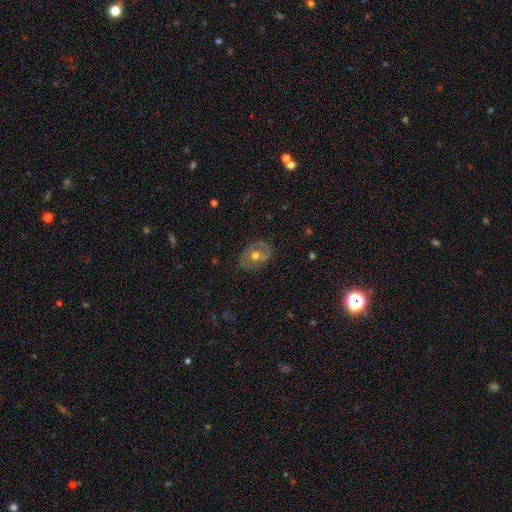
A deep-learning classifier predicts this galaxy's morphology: A featured or disk galaxy (57%) with no bar (77%), no spiral arms (64%) and a moderate central bulge (76%). Merging: none (75%).